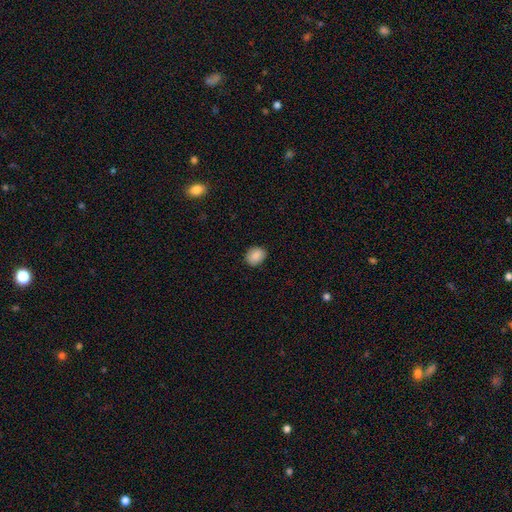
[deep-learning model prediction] Overall: smooth (88%). How rounded: round (51%; in between 48%). Merging: none (86%).